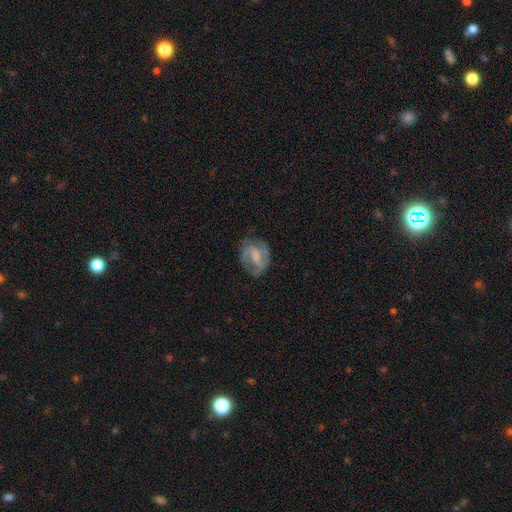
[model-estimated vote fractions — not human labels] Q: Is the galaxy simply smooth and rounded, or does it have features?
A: featured or disk — 76%.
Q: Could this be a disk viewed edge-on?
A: no — 97%.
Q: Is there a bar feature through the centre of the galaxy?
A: weak — 49%.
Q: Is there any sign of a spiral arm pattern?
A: yes — 92%.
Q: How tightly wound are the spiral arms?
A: medium — 51%.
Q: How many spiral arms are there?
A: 2 — 78%.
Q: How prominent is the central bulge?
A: none — 34%.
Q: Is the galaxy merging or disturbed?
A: none — 68%.